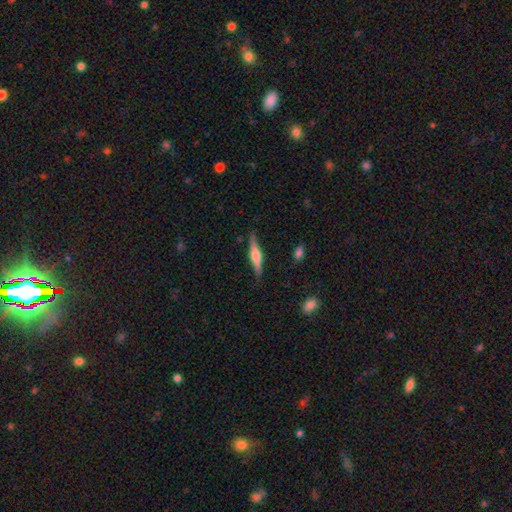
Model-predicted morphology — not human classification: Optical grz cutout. It shows a featured or disk galaxy (63%) viewed edge-on (97%) with a rounded central bulge (80%). Merging: none (85%).